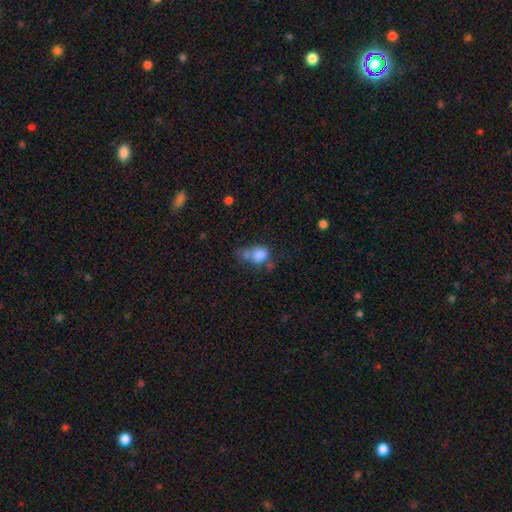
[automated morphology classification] Q: Smooth or featured?
A: smooth (73%); runner-up: featured or disk (15%)
Q: How rounded?
A: in between (52%); runner-up: round (46%)
Q: Merging?
A: none (29%); tied with: merger (29%)